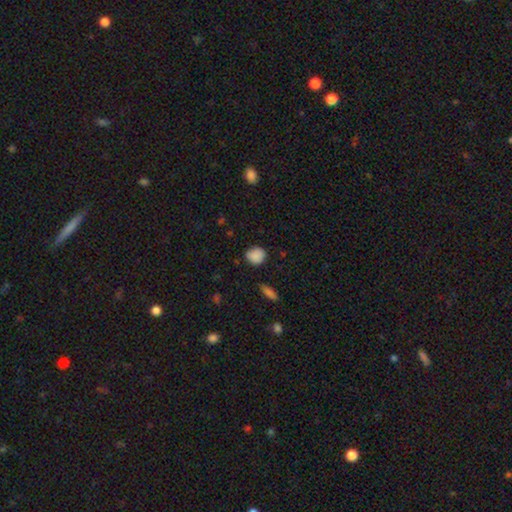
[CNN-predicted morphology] smooth 86%, star or artifact 9%, featured or disk 5%. Down the decision tree: how rounded — round (76%); merging — none (72%).